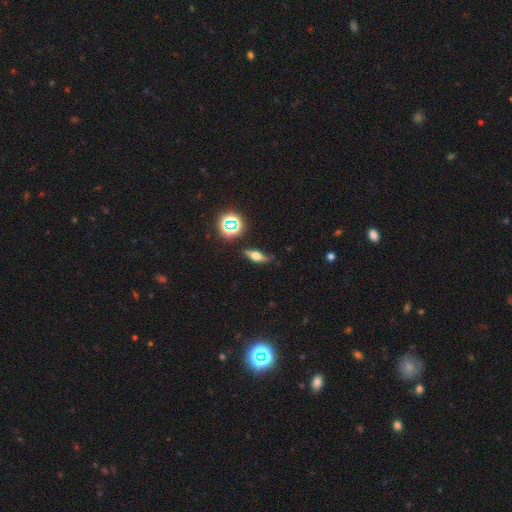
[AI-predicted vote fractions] Smooth or featured? Predicted: featured or disk (p=0.45). Merging? Predicted: none (p=0.72).